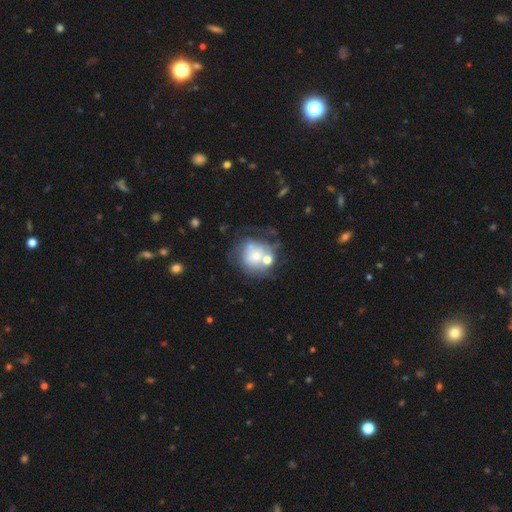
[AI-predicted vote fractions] Smooth or featured? smooth (47%)
Merging? none (36%)